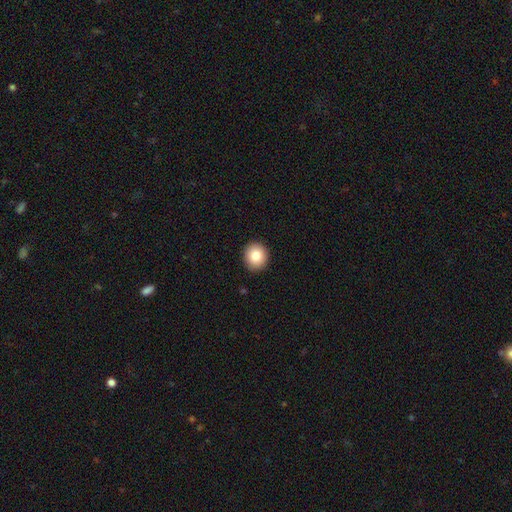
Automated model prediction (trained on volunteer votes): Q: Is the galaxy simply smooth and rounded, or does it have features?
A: smooth — 84%.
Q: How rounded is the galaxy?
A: round — 85%.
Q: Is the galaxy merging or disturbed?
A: none — 92%.